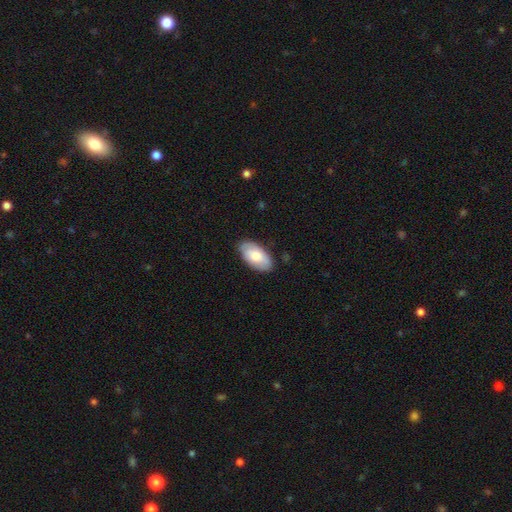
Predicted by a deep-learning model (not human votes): smooth_or_featured: smooth (p=0.73) [alt: featured or disk p=0.21]
how_rounded: in between (p=0.95) [alt: round p=0.03]
merging: none (p=0.84) [alt: minor disturbance p=0.13]